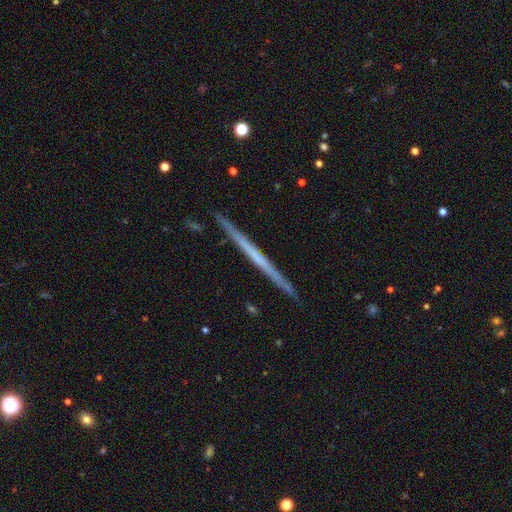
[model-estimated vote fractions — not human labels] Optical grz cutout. It shows a featured or disk galaxy (64%) viewed edge-on (98%) with no central bulge (90%). Merging: none (92%).